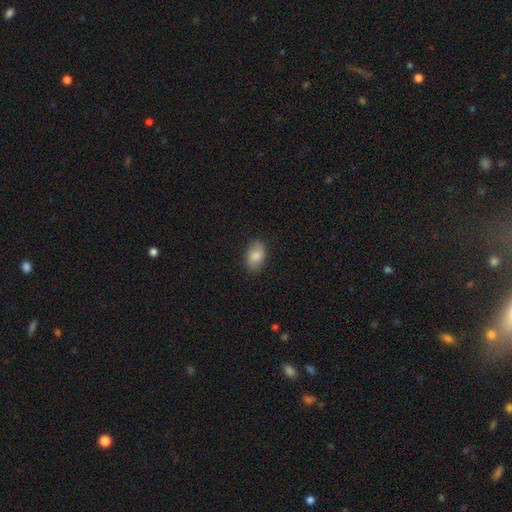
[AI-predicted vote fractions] A smooth galaxy with no disk features (84%) that is in between round and cigar-shaped (88%). Merging: none (84%).